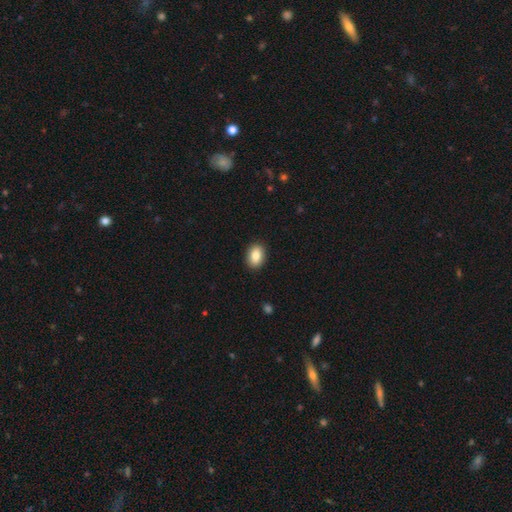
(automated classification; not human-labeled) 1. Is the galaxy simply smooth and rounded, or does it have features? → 86% smooth, 8% star or artifact, 7% featured or disk.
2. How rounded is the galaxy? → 82% in between, 17% round, 1% cigar-shaped.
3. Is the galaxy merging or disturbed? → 90% none, 7% minor disturbance, 2% major disturbance, 1% merger.